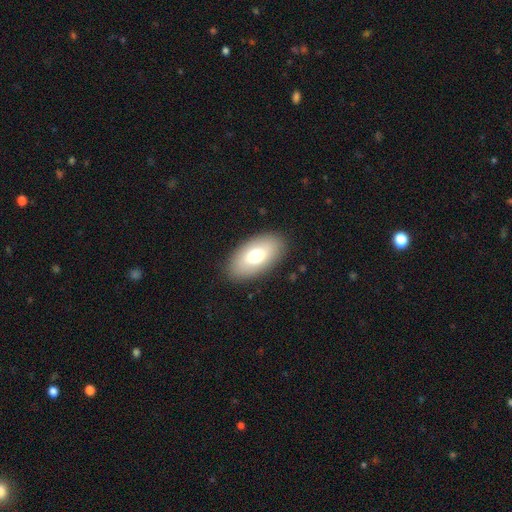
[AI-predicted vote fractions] Smooth or featured?
  - smooth: 71% *
  - featured or disk: 22%
  - star or artifact: 7%
How rounded?
  - in between: 94% *
  - round: 3%
  - cigar-shaped: 3%
Merging?
  - none: 88% *
  - minor disturbance: 9%
  - major disturbance: 3%
  - merger: 1%